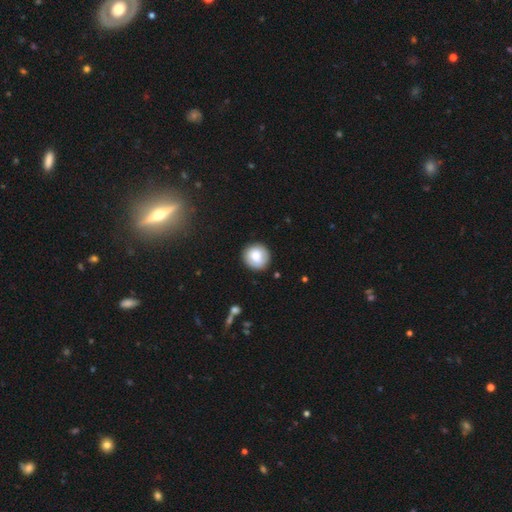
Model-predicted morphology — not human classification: A smooth galaxy with no disk features (79%) that is round (92%). Merging: none (86%).